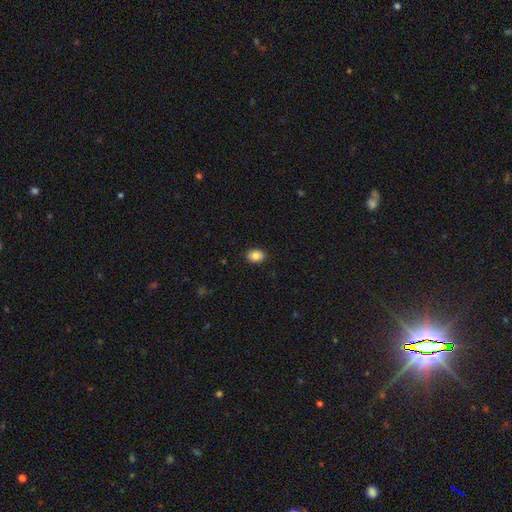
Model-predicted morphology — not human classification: Smooth or featured? Predicted: smooth (p=0.84). How rounded? Predicted: in between (p=0.69). Merging? Predicted: none (p=0.89).